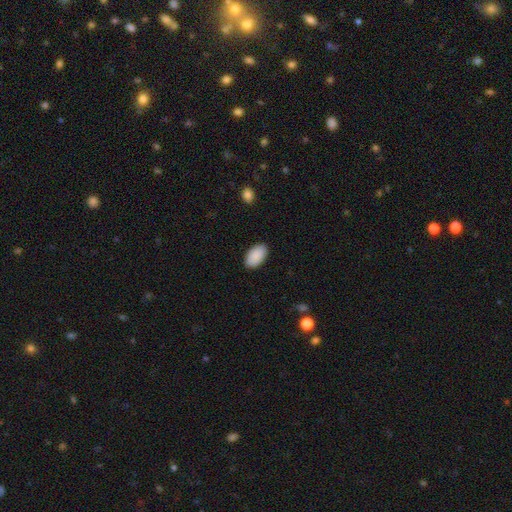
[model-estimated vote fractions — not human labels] Smooth or featured? smooth (91%)
How rounded? in between (96%)
Merging? none (89%)